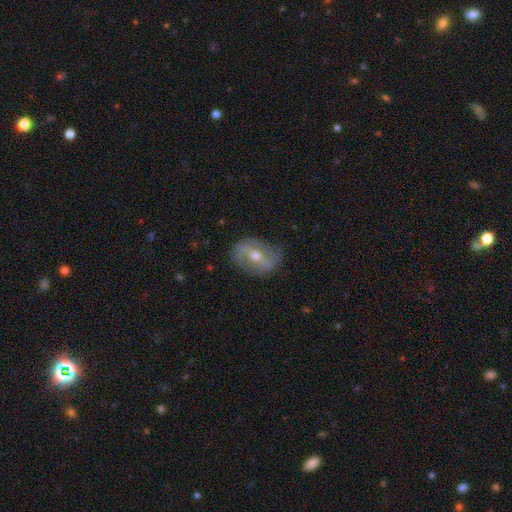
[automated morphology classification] Smooth or featured? featured or disk (72%)
Edge-on disk? no (91%)
Bar? strong (48%)
Spiral arms? yes (70%)
Bulge size? moderate (60%)
Merging? none (74%)